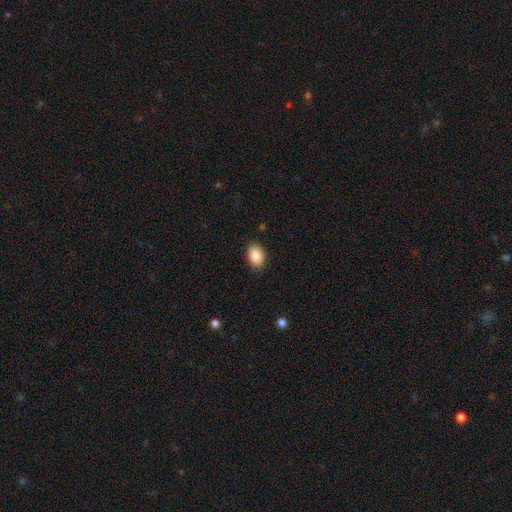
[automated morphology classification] Smooth or featured? smooth (88%)
How rounded? in between (81%)
Merging? none (87%)